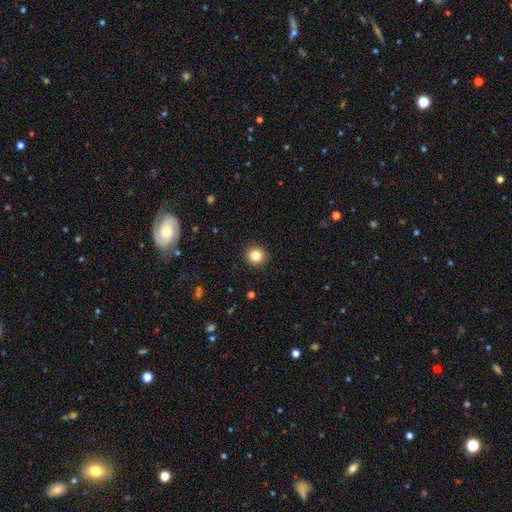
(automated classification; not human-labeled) Smooth or featured? Predicted: smooth (p=0.83). How rounded? Predicted: round (p=0.94). Merging? Predicted: none (p=0.93).